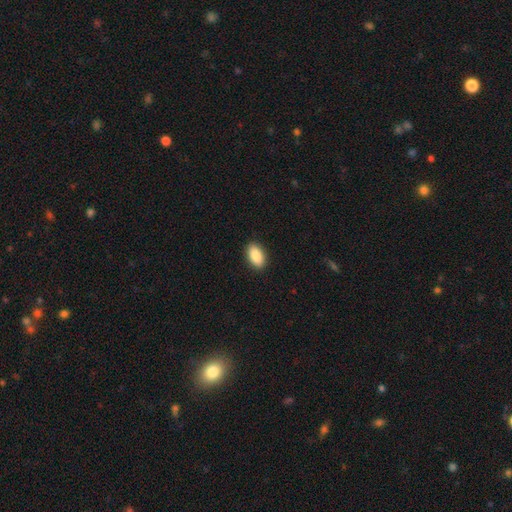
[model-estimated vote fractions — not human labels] Smooth or featured: smooth — 89% (star or artifact — 6%)
How rounded: in between — 93% (round — 4%)
Merging: none — 90% (minor disturbance — 7%)